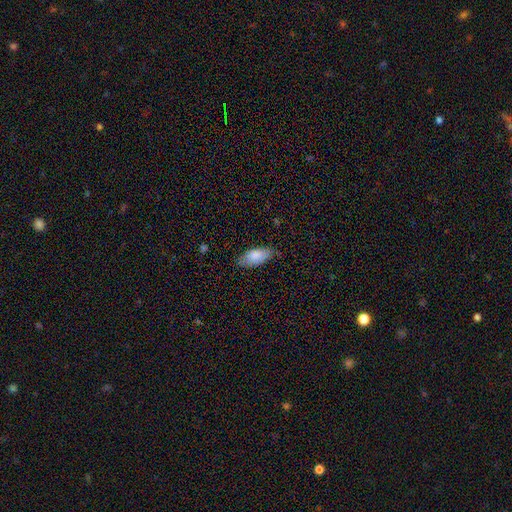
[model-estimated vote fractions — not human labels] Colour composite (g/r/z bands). It shows a smooth galaxy with no disk features (84%) that is in between round and cigar-shaped (89%). Merging: none (77%).